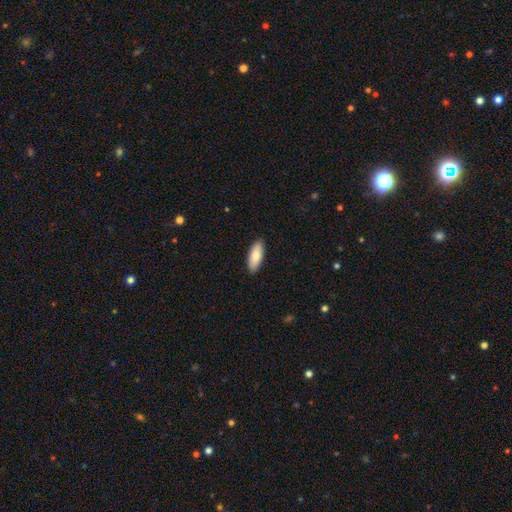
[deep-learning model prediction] smooth-or-featured: smooth: 79% | featured or disk: 15% | star or artifact: 6%
  how-rounded: in between: 74% | cigar-shaped: 24% | round: 2%
  merging: none: 89% | minor disturbance: 8% | major disturbance: 2% | merger: 1%